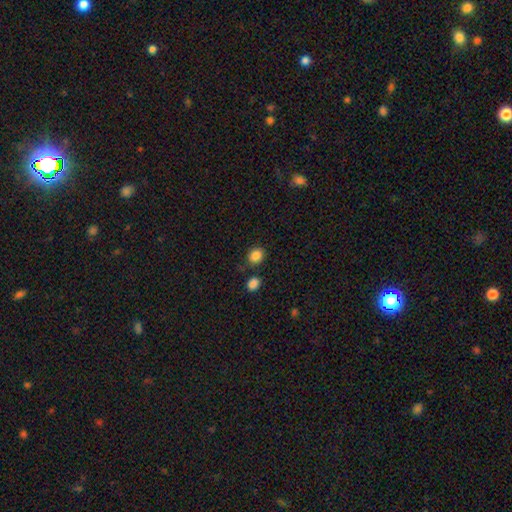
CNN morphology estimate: Smooth or featured: smooth — 86% (star or artifact — 10%)
How rounded: round — 62% (in between — 37%)
Merging: none — 77% (minor disturbance — 12%)